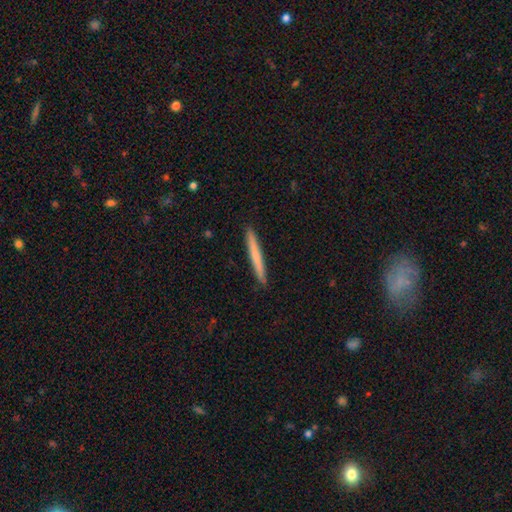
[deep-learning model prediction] Smooth or featured?
  - smooth: 65% *
  - featured or disk: 30%
  - star or artifact: 5%
How rounded?
  - cigar-shaped: 97% *
  - in between: 2%
  - round: 1%
Merging?
  - none: 93% *
  - minor disturbance: 5%
  - major disturbance: 1%
  - merger: 1%